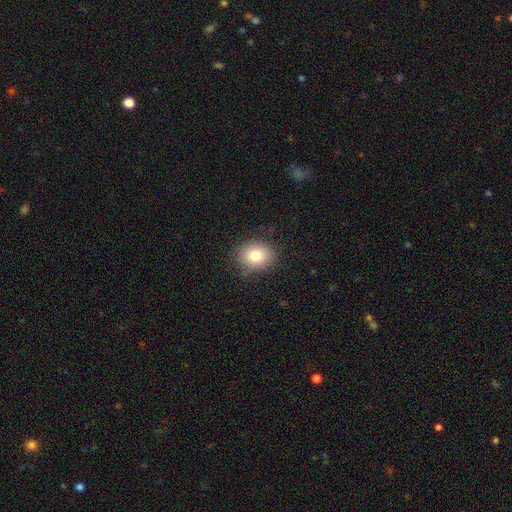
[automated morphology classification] smooth 80%, star or artifact 10%, featured or disk 10%. Down the decision tree: how rounded — round (55%); merging — none (84%).